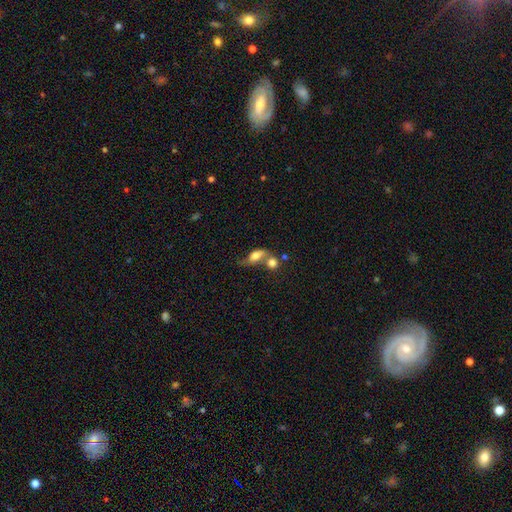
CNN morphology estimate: A smooth galaxy with no disk features (65%) that is in between round and cigar-shaped (72%).

Vote fractions:
- Smooth or featured? smooth: 65% / featured or disk: 25% / star or artifact: 10%
- How rounded? in between: 72% / round: 14% / cigar-shaped: 14%
- Merging? merger: 46% / none: 28% / minor disturbance: 14% / major disturbance: 12%